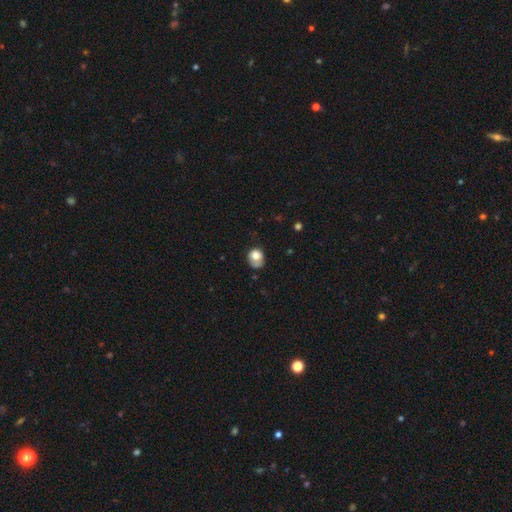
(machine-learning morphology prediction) smooth_or_featured: smooth (p=0.74) [alt: featured or disk p=0.16]
how_rounded: round (p=0.66) [alt: in between p=0.33]
merging: none (p=0.43) [alt: minor disturbance p=0.29]